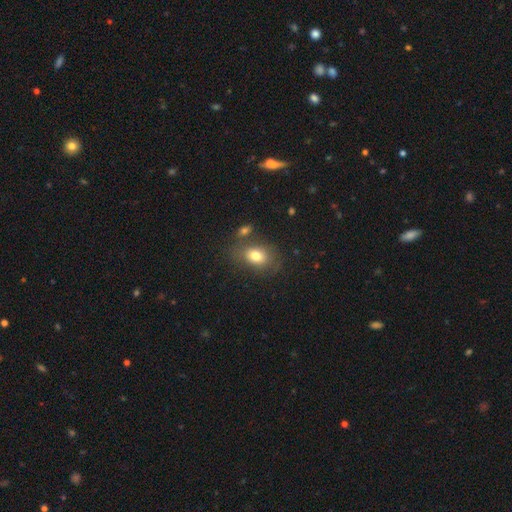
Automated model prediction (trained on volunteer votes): Overall: smooth (77%). How rounded: in between (72%). Merging: none (65%).